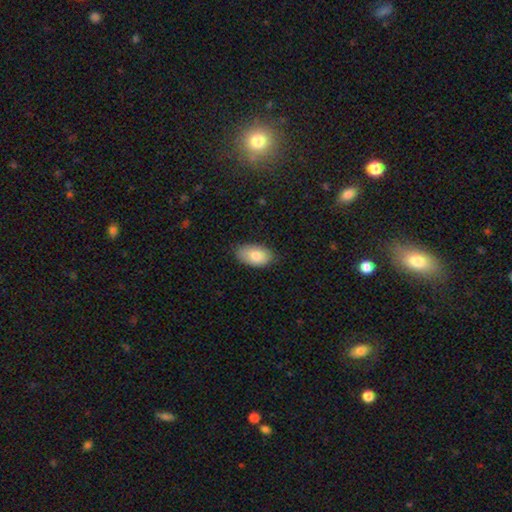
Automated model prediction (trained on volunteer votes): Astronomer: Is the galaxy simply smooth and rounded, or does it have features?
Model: smooth — 84%.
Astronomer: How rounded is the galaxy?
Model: in between — 94%.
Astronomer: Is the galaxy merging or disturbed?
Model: none — 80%.